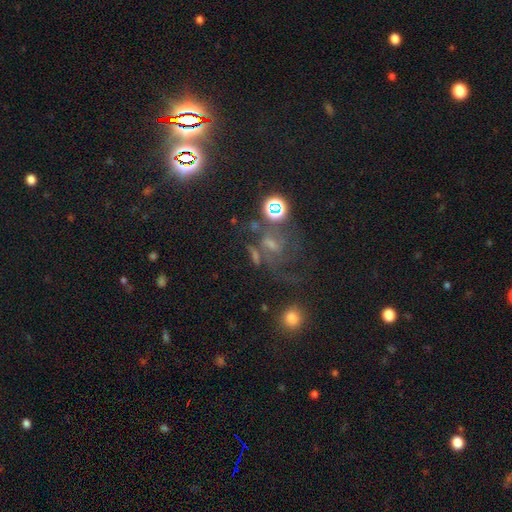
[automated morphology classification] This appears to be a star or artifact, not a galaxy (39%).